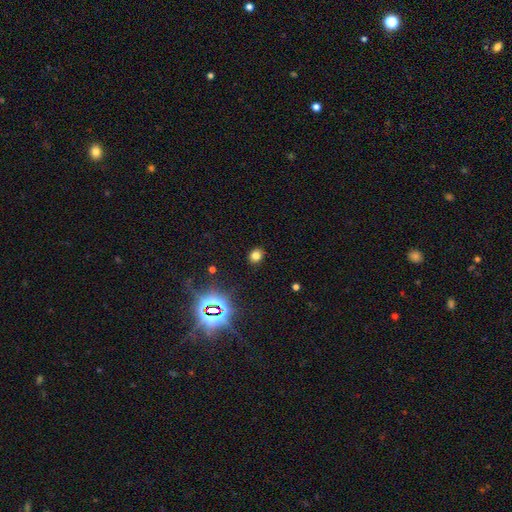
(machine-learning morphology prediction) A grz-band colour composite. It shows a smooth galaxy with no disk features (73%) that is round (60%). Merging: none (87%).